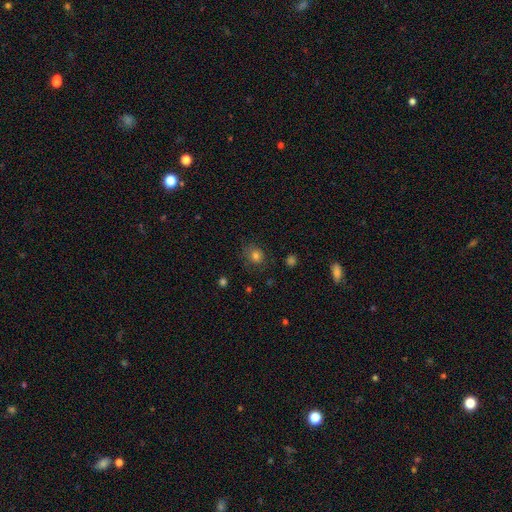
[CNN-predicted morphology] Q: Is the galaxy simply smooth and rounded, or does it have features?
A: smooth — 78%.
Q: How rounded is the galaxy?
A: round — 74%.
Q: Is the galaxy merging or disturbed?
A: none — 77%.